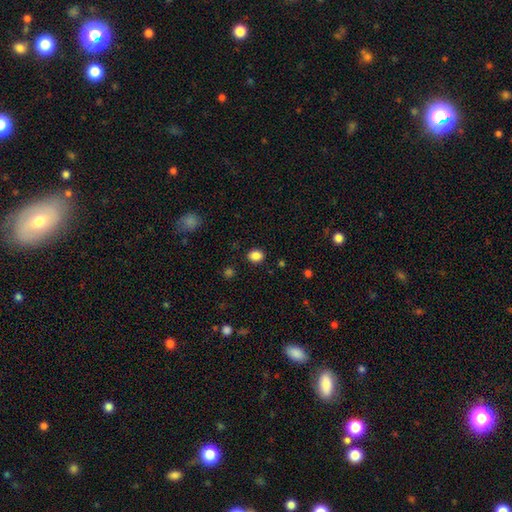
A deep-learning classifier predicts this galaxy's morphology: The model was most divided on "how rounded": round: 57%, in between: 42%, cigar-shaped: 1%. More confident: merging — none (89%); smooth or featured — smooth (86%).